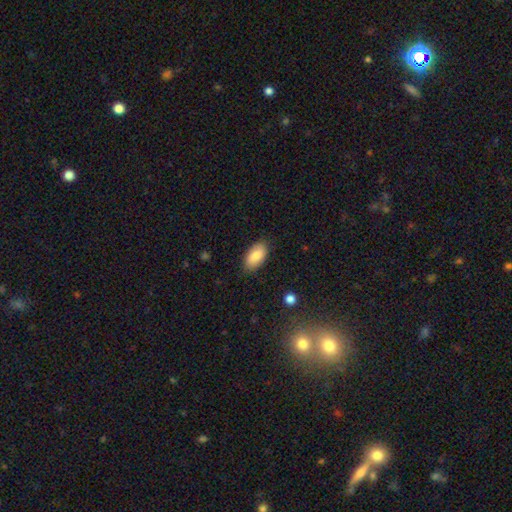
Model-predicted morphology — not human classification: This appears to be a smooth galaxy with no disk features (83%) that is in between round and cigar-shaped (94%). Merging: none (84%).